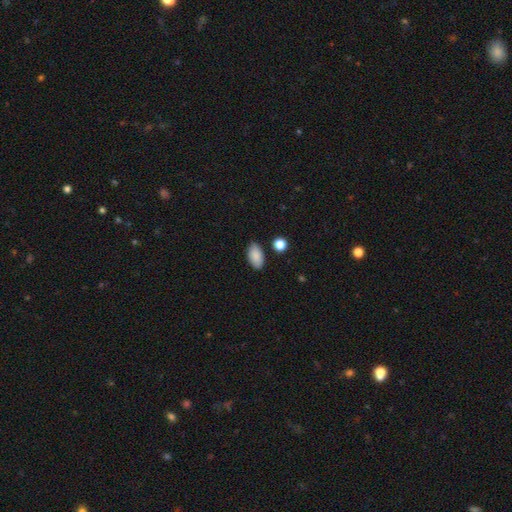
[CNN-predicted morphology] Smooth or featured: smooth — 87% (star or artifact — 7%)
How rounded: in between — 94% (round — 4%)
Merging: none — 84% (minor disturbance — 10%)